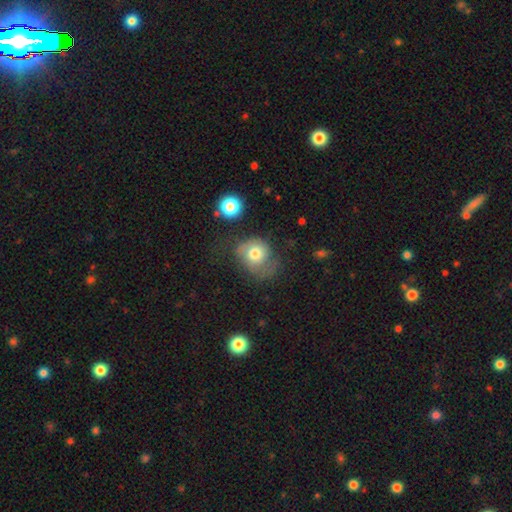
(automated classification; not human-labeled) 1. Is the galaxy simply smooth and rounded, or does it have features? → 45% smooth, 38% featured or disk, 17% star or artifact.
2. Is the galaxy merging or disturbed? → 62% none, 21% minor disturbance, 14% major disturbance, 3% merger.